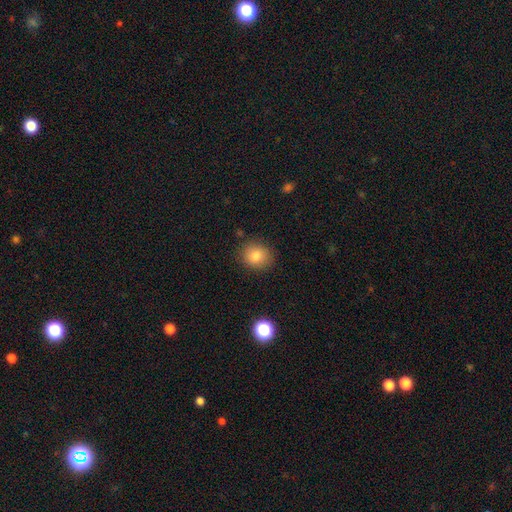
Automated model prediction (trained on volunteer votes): Morphology: type=smooth (81%); roundness=round (74%); merging=none (86%).